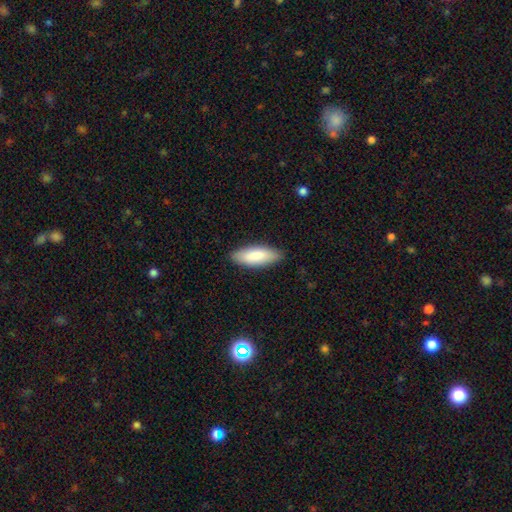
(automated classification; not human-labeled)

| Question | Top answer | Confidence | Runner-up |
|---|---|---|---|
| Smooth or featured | smooth | 84% | featured or disk (11%) |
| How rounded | in between | 69% | cigar-shaped (29%) |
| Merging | none | 85% | minor disturbance (12%) |